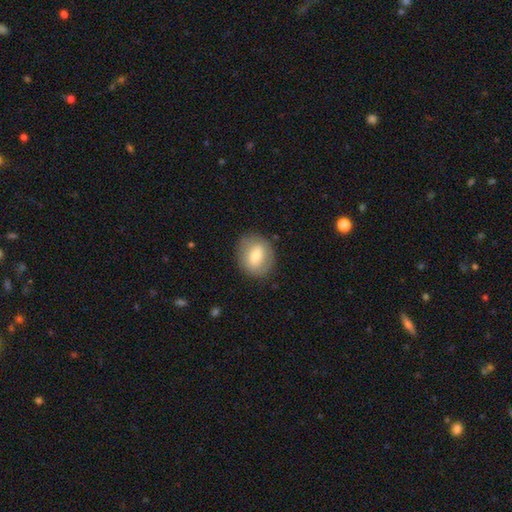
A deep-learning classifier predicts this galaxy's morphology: smooth_or_featured: smooth (p=0.69) [alt: featured or disk p=0.24]
how_rounded: round (p=0.62) [alt: in between p=0.37]
merging: none (p=0.83) [alt: minor disturbance p=0.12]